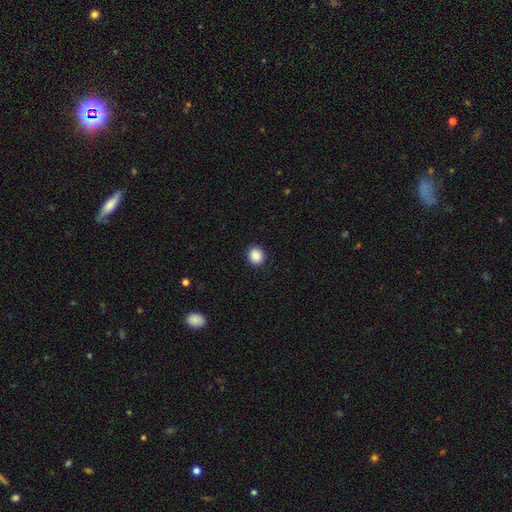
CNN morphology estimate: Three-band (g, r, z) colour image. It shows a smooth galaxy with no disk features (89%) that is round (79%). Merging: none (91%).